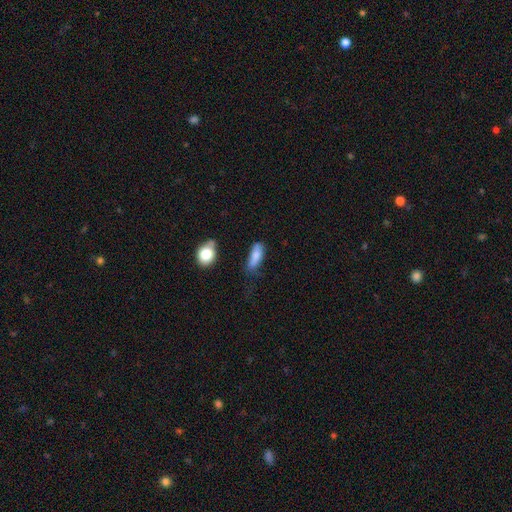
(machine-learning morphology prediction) type=smooth (80%); roundness=in between (66%); merging=none (47%).